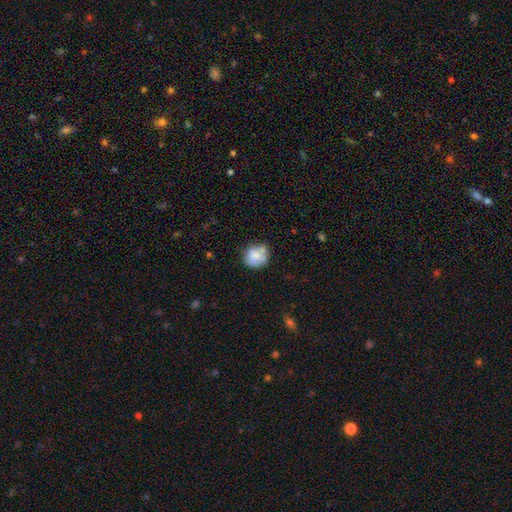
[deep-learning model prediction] Overall: smooth (74%). How rounded: round (83%). Merging: none (62%).